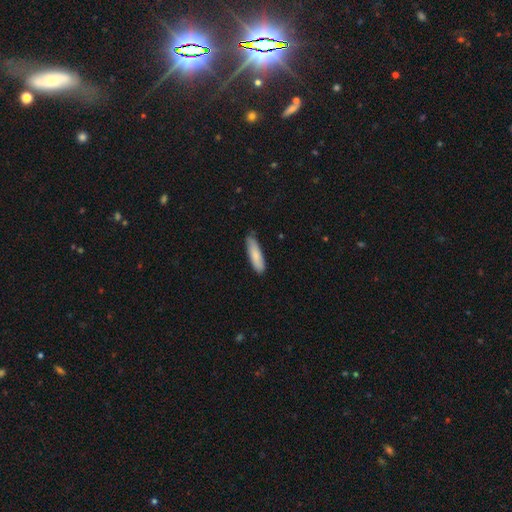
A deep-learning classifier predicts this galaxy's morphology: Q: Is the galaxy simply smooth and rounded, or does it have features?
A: smooth — 83%.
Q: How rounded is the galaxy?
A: cigar-shaped — 72%.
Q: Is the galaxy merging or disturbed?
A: none — 78%.